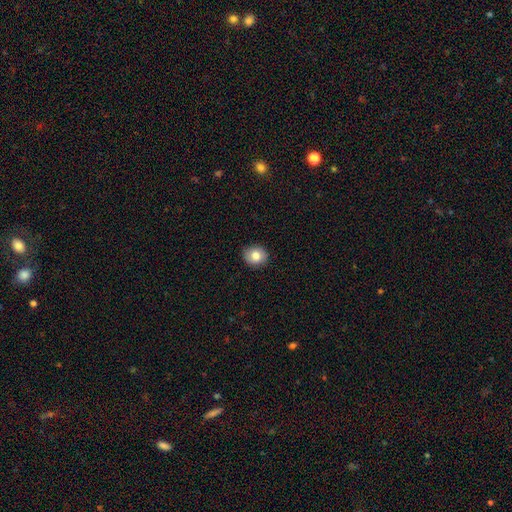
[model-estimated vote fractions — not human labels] A smooth galaxy with no disk features (80%) that is round (73%). Merging: none (88%).